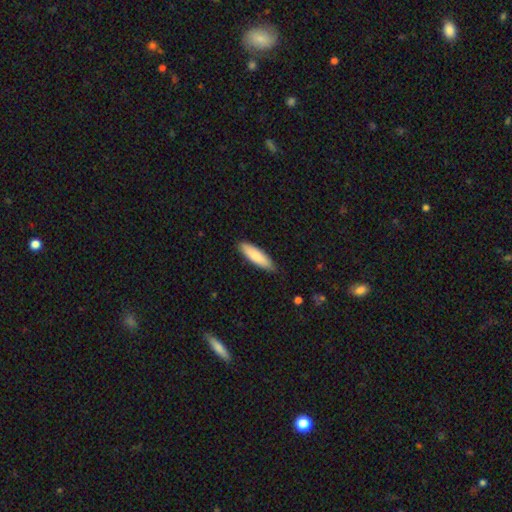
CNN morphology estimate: Smooth or featured?
  - smooth: 83% *
  - featured or disk: 12%
  - star or artifact: 5%
How rounded?
  - cigar-shaped: 62% *
  - in between: 37%
  - round: 1%
Merging?
  - none: 86% *
  - minor disturbance: 12%
  - major disturbance: 2%
  - merger: 1%